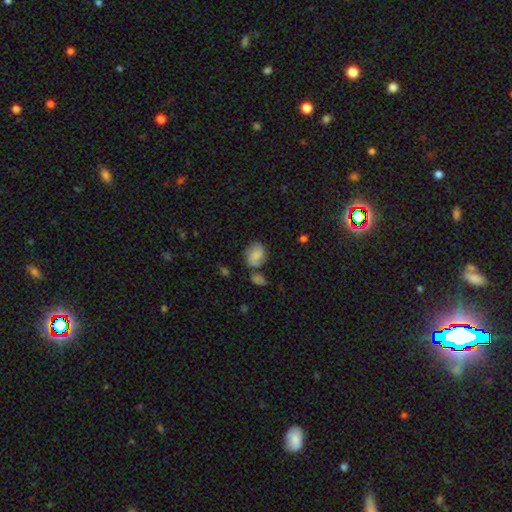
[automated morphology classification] type=smooth (62%); roundness=in between (60%); merging=none (57%).